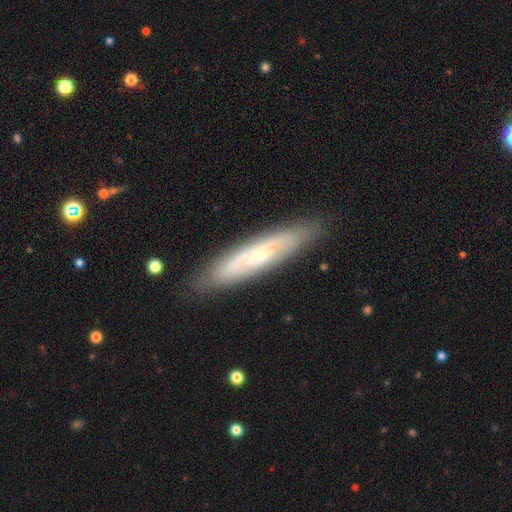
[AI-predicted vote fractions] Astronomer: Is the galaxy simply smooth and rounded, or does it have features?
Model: featured or disk — 58% (runner-up: smooth, 35%).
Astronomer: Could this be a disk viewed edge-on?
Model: yes — 52% (runner-up: no, 48%).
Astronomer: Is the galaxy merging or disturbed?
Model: none — 83%.